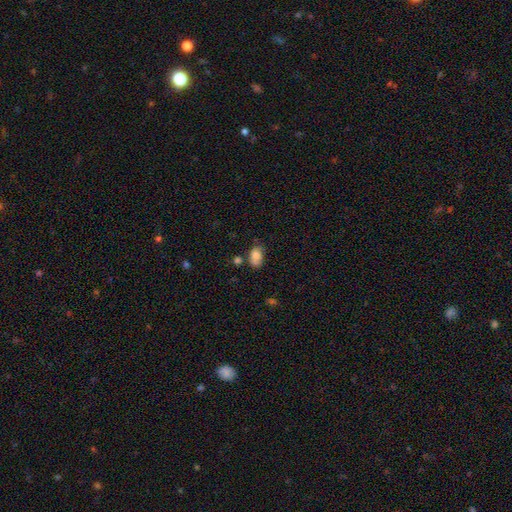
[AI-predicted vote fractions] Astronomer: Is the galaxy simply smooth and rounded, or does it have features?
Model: smooth — 80%.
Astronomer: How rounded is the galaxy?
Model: in between — 89%.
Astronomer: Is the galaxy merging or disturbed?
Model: none — 62%.